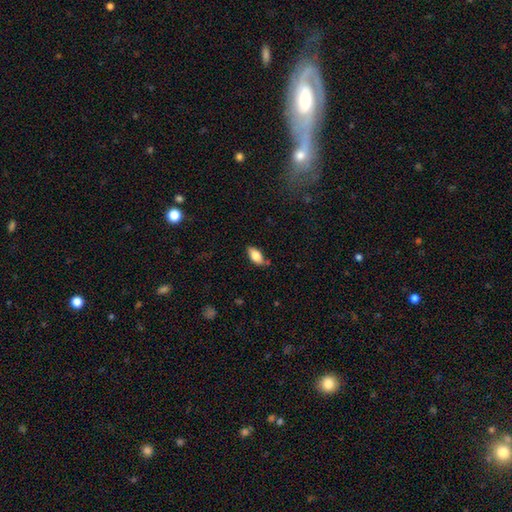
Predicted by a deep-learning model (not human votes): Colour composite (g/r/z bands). It shows a smooth galaxy with no disk features (79%) that is in between round and cigar-shaped (90%). Merging: none (74%).